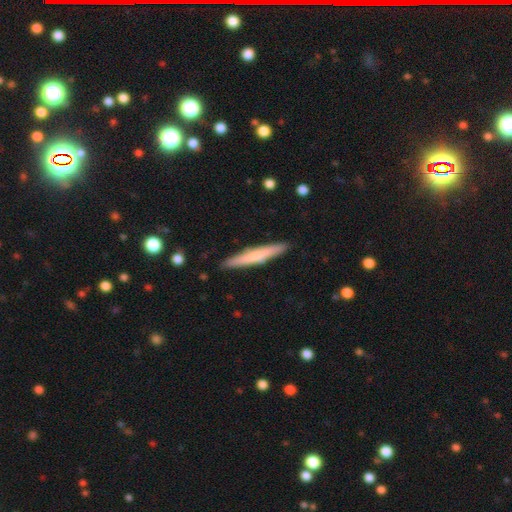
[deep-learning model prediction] smooth_or_featured: smooth (p=0.61) [alt: featured or disk p=0.34]
how_rounded: cigar-shaped (p=0.95) [alt: in between p=0.04]
merging: none (p=0.90) [alt: minor disturbance p=0.07]